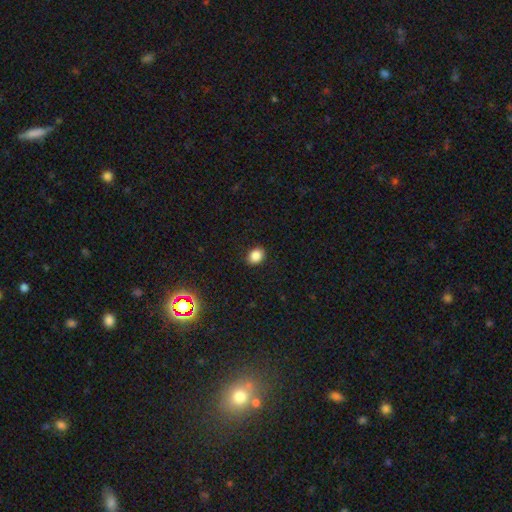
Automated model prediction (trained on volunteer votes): Overall: smooth (86%). How rounded: in between (55%; round 44%). Merging: none (88%).